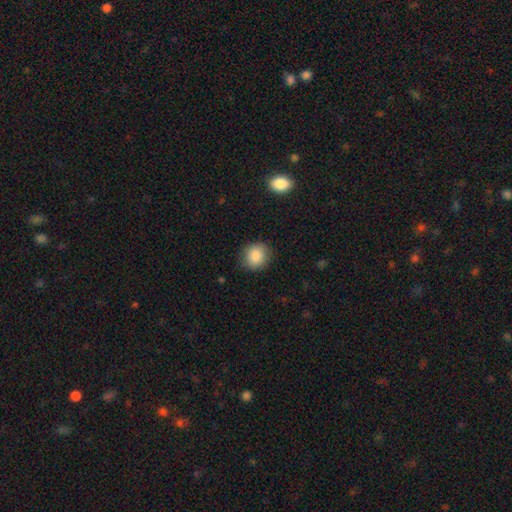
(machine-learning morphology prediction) type=smooth (86%); roundness=round (82%); merging=none (87%).